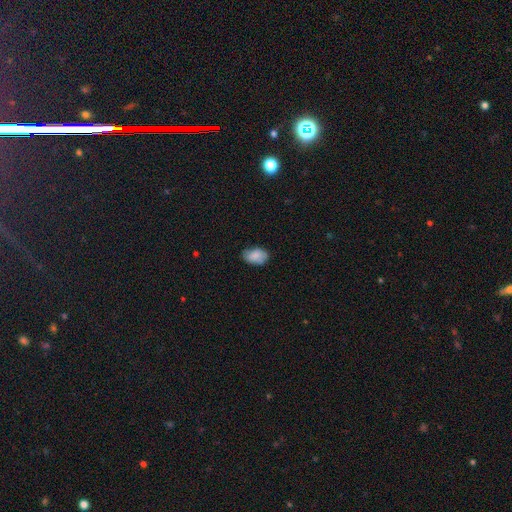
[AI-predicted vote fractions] Q: Smooth or featured?
A: smooth (82%); runner-up: featured or disk (11%)
Q: How rounded?
A: in between (88%); runner-up: round (11%)
Q: Merging?
A: none (70%); runner-up: minor disturbance (24%)